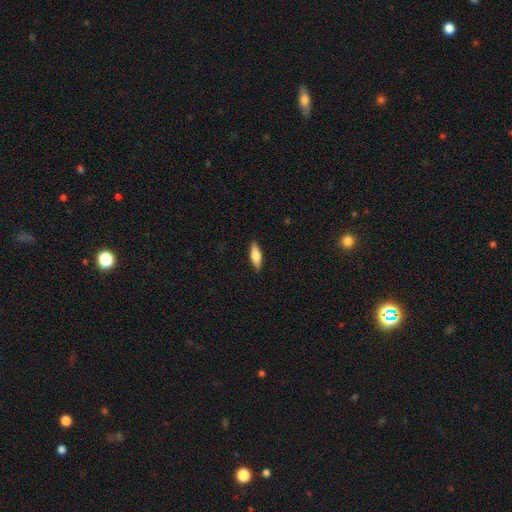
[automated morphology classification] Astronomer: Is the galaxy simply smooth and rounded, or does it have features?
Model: smooth — 68%.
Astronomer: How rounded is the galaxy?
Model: in between — 50% (runner-up: cigar-shaped, 48%).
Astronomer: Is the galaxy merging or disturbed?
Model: none — 89%.